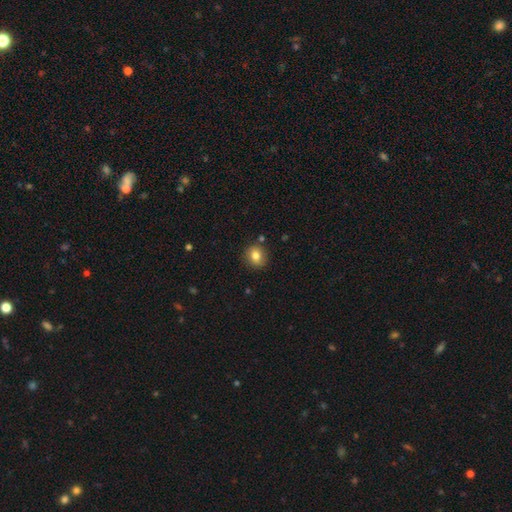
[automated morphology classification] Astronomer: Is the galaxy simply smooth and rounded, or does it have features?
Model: smooth — 82%.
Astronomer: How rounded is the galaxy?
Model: round — 82%.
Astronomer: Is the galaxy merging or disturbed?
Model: none — 86%.